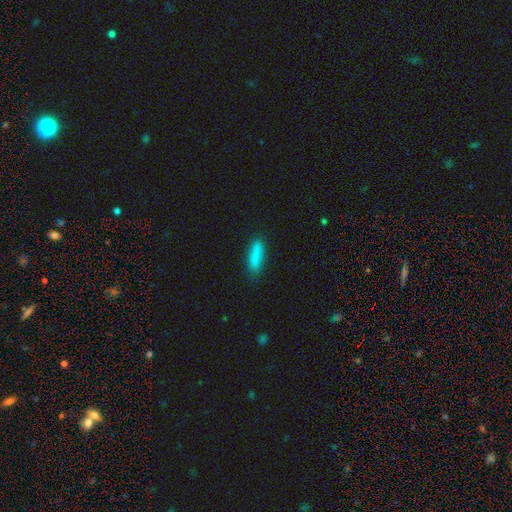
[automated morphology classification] This appears to be a smooth galaxy with no disk features (85%) that is cigar-shaped (61%). Merging: none (78%).